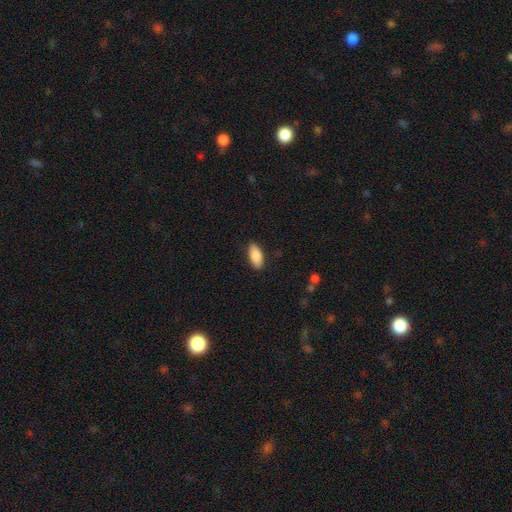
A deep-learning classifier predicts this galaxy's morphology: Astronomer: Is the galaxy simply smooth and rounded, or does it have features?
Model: smooth — 87%.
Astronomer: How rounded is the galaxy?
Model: in between — 86%.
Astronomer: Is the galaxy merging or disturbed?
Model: none — 88%.